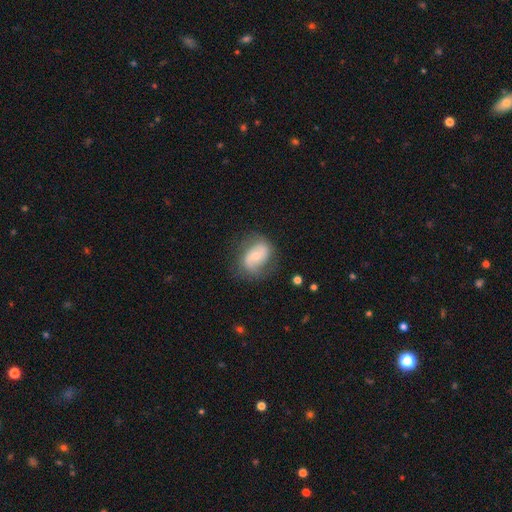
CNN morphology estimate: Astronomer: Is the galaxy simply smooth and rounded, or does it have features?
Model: featured or disk — 60%.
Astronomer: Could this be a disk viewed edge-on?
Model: no — 96%.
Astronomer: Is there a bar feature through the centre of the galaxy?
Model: no — 61%.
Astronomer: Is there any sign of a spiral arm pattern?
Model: yes — 80%.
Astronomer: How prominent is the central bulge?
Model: moderate — 50% (runner-up: small, 44%).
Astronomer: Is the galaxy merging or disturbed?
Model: none — 69%.